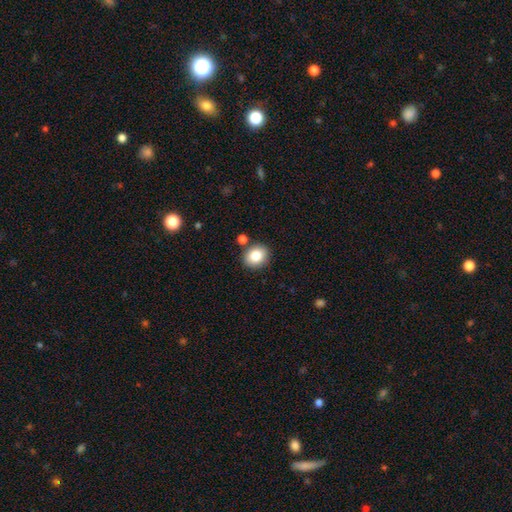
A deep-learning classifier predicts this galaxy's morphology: Q: Smooth or featured?
A: smooth (82%); runner-up: star or artifact (10%)
Q: How rounded?
A: round (71%); runner-up: in between (28%)
Q: Merging?
A: none (83%); runner-up: minor disturbance (8%)